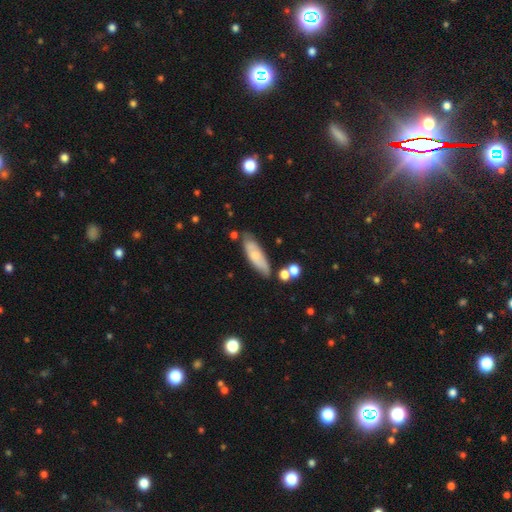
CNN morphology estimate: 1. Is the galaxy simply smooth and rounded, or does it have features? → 65% smooth, 27% featured or disk, 7% star or artifact.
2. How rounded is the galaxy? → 51% cigar-shaped, 47% in between, 2% round.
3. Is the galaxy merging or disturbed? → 68% none, 20% minor disturbance, 8% merger, 5% major disturbance.